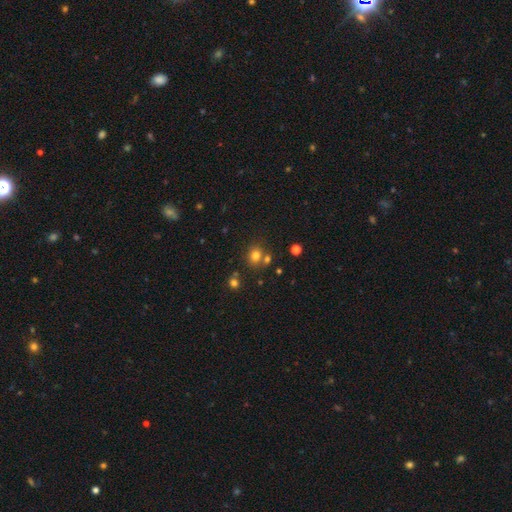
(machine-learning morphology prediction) type=smooth (76%); roundness=round (73%); merging=none (67%).